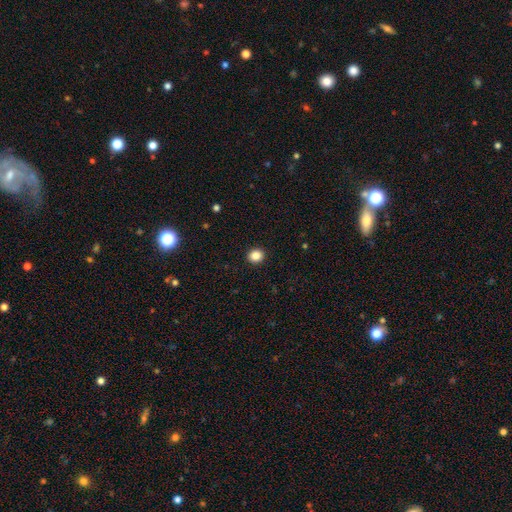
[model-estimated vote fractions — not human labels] Smooth or featured? smooth (86%)
How rounded? round (80%)
Merging? none (92%)